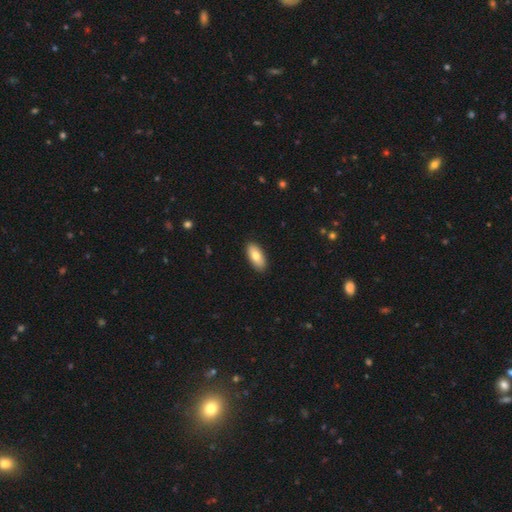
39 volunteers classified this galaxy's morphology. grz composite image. It shows a smooth galaxy with no disk features (85%) that is in between round and cigar-shaped (79%). Merging: none (82%).